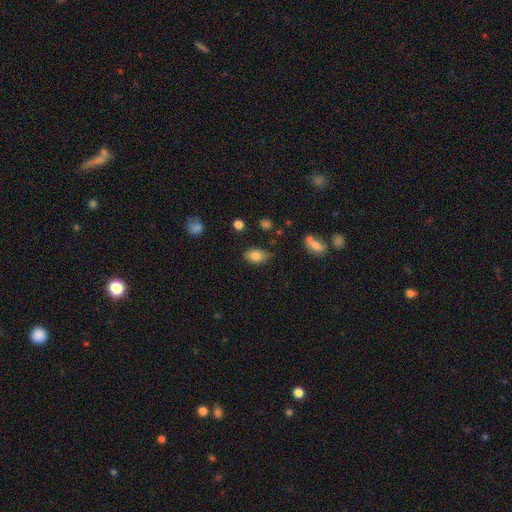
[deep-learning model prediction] This appears to be a smooth galaxy with no disk features (82%) that is in between round and cigar-shaped (84%). Merging: none (73%).